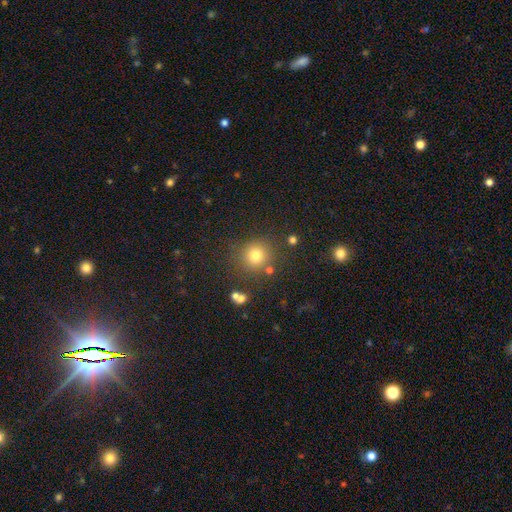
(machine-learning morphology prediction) Smooth or featured?
  - smooth: 76% *
  - star or artifact: 17%
  - featured or disk: 7%
How rounded?
  - round: 90% *
  - in between: 9%
  - cigar-shaped: 1%
Merging?
  - none: 82% *
  - minor disturbance: 9%
  - merger: 5%
  - major disturbance: 4%